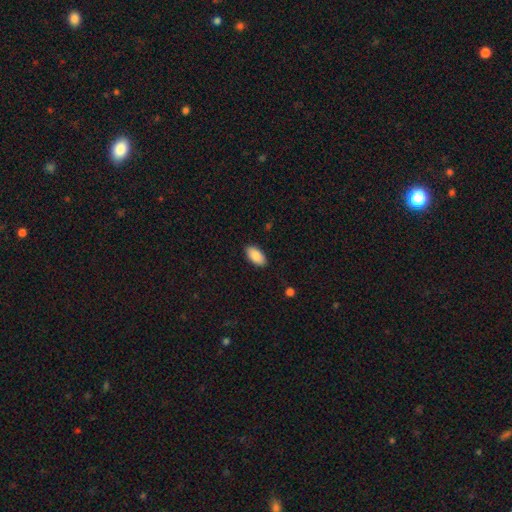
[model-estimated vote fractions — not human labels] smooth_or_featured: smooth (p=0.89) [alt: star or artifact p=0.06]
how_rounded: in between (p=0.95) [alt: cigar-shaped p=0.03]
merging: none (p=0.88) [alt: minor disturbance p=0.09]